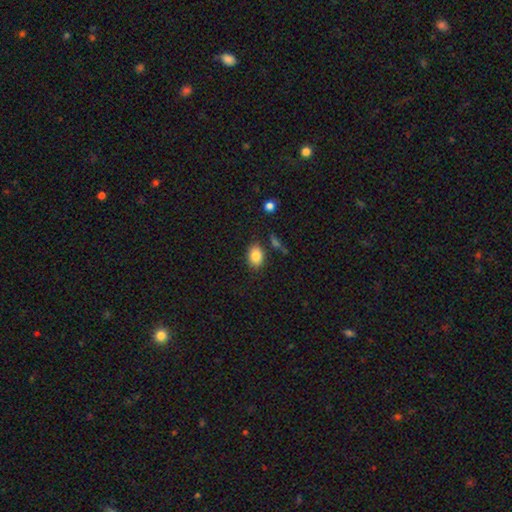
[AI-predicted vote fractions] Q: Smooth or featured?
A: smooth (84%); runner-up: star or artifact (8%)
Q: How rounded?
A: in between (78%); runner-up: round (21%)
Q: Merging?
A: none (82%); runner-up: minor disturbance (12%)